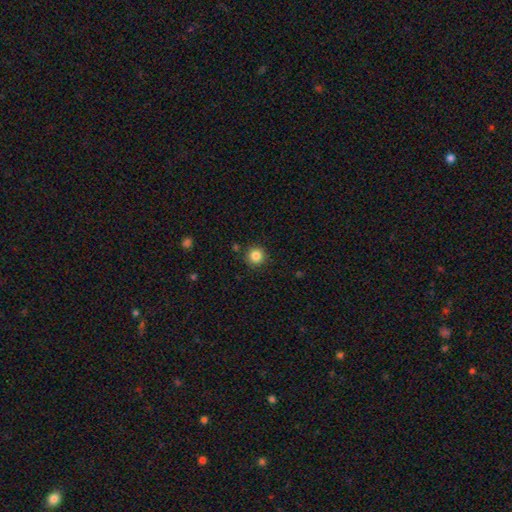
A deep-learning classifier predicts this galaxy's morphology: A smooth galaxy with no disk features (84%) that is round (95%).

Vote fractions:
- Smooth or featured? smooth: 84% / star or artifact: 11% / featured or disk: 5%
- How rounded? round: 95% / in between: 4% / cigar-shaped: 1%
- Merging? none: 90% / minor disturbance: 6% / major disturbance: 2% / merger: 2%